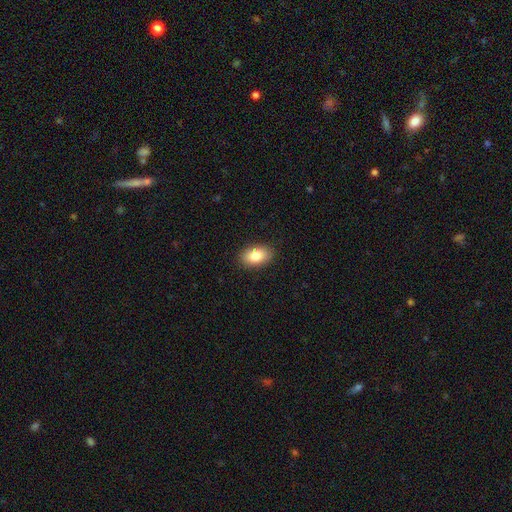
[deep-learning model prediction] Overall: smooth (84%). How rounded: in between (91%). Merging: none (89%).